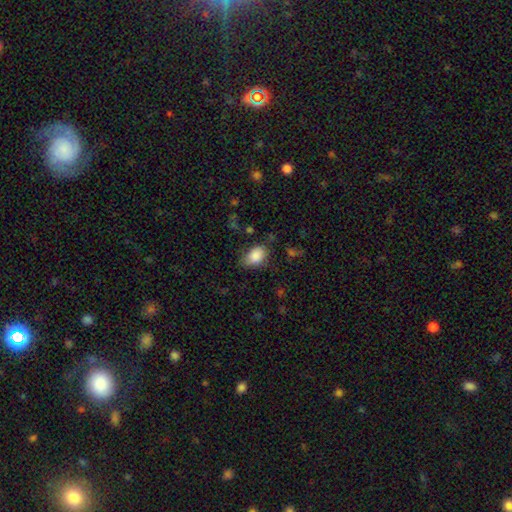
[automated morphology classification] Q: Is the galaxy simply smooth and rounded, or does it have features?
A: smooth — 87%.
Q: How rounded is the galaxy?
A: in between — 86%.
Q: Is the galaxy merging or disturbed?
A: none — 67%.